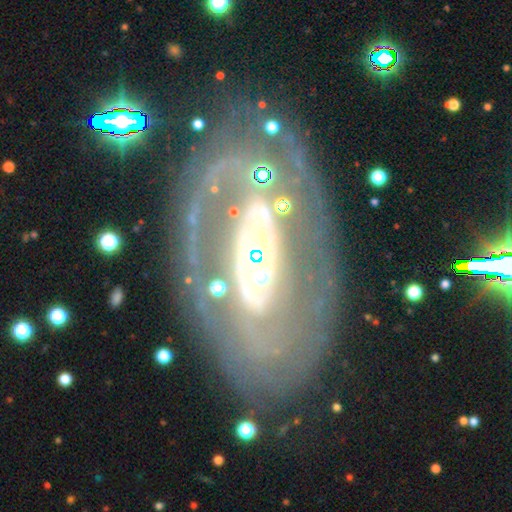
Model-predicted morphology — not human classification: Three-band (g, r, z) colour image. It shows a featured or disk galaxy (82%) with no bar (47%), spiral arms (66%) and a moderate central bulge (49%). Merging: none (62%).